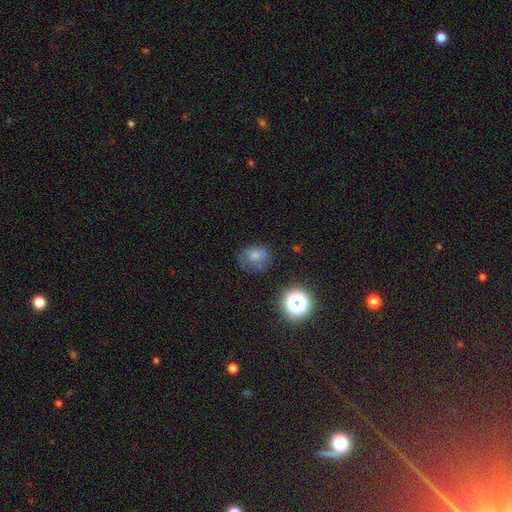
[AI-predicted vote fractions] The model was most divided on "how rounded": round: 57%, in between: 42%, cigar-shaped: 1%. More confident: smooth or featured — smooth (67%); merging — none (56%).